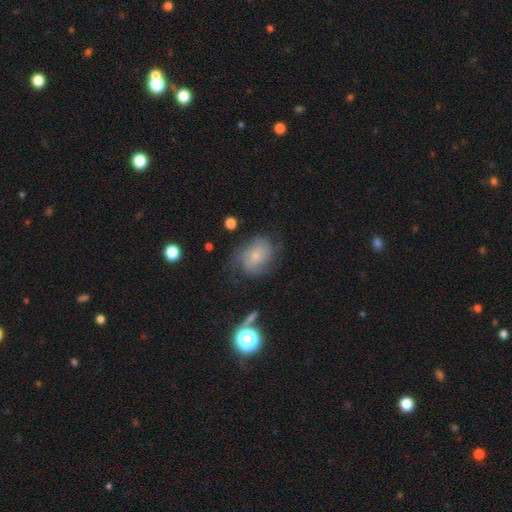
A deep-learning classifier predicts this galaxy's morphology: Smooth or featured? featured or disk (51%)
Edge-on disk? no (96%)
Merging? none (56%)